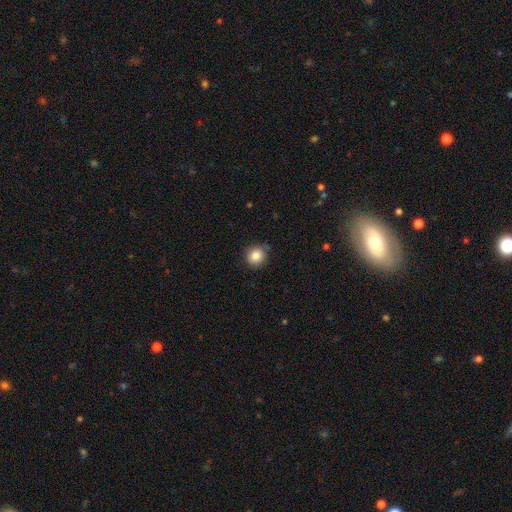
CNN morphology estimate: Smooth or featured? Predicted: smooth (p=0.84). How rounded? Predicted: round (p=0.90). Merging? Predicted: none (p=0.85).